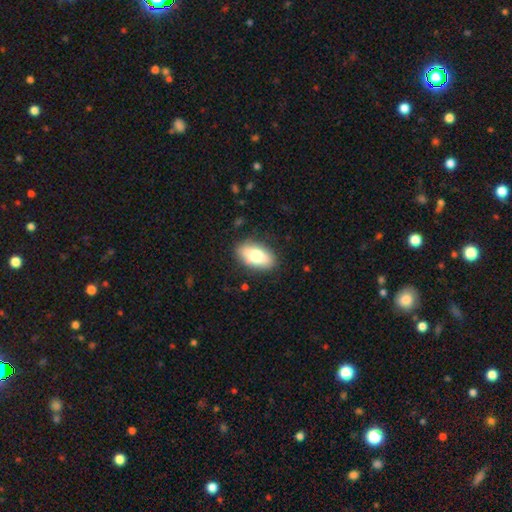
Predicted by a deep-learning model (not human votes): The model was most divided on "smooth or featured": smooth: 75%, featured or disk: 18%, star or artifact: 7%. More confident: how rounded — in between (92%); merging — none (86%).